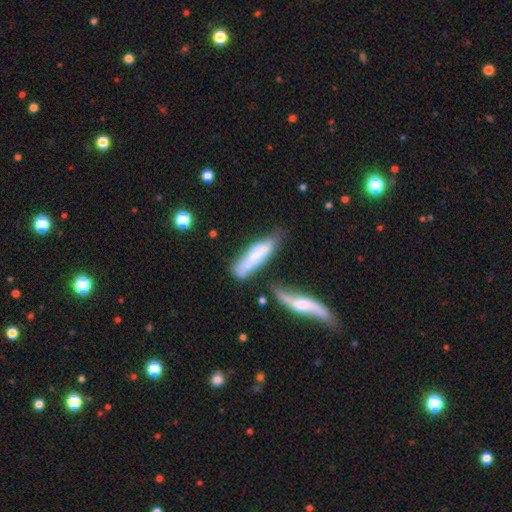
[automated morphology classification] This appears to be a smooth galaxy with no disk features (60%) that is cigar-shaped (67%). Merging: none (41%).